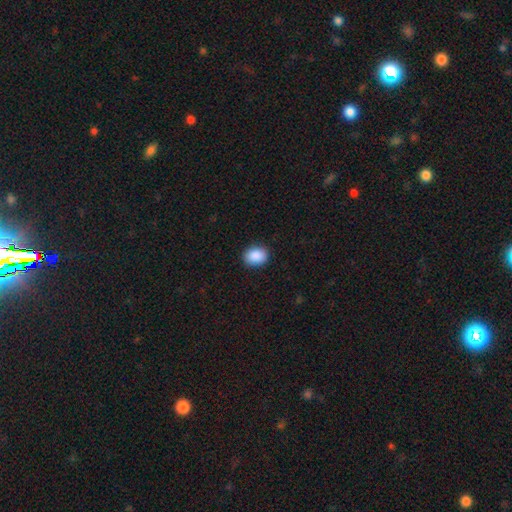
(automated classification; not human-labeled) smooth-or-featured: smooth: 90% | star or artifact: 7% | featured or disk: 3%
  how-rounded: in between: 58% | round: 41% | cigar-shaped: 1%
  merging: none: 89% | minor disturbance: 8% | major disturbance: 2% | merger: 1%